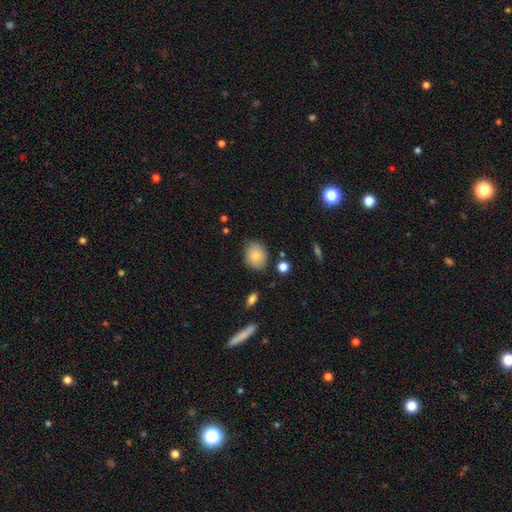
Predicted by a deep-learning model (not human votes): Morphology: type=smooth (82%); roundness=round (53%); merging=none (77%).